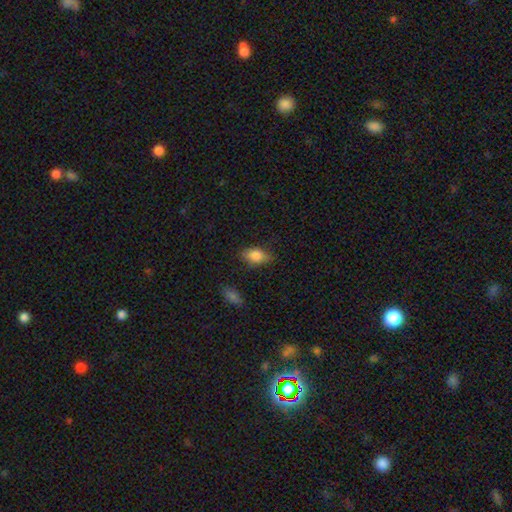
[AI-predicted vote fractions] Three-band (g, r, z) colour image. It shows a smooth galaxy with no disk features (83%) that is in between round and cigar-shaped (87%). Merging: none (77%).